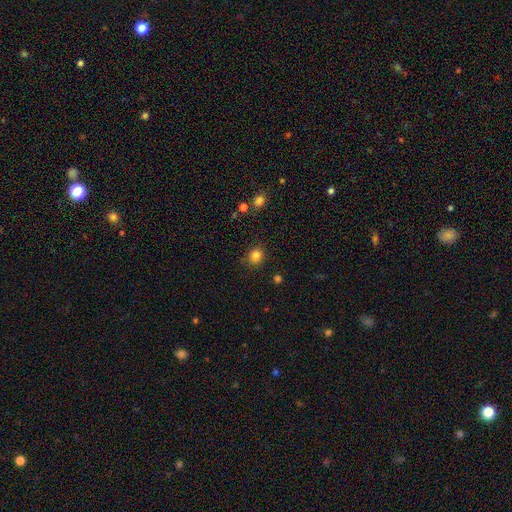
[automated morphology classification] smooth-or-featured: smooth: 83% | star or artifact: 13% | featured or disk: 4%
  how-rounded: round: 85% | in between: 15% | cigar-shaped: 1%
  merging: none: 87% | minor disturbance: 9% | major disturbance: 3% | merger: 2%